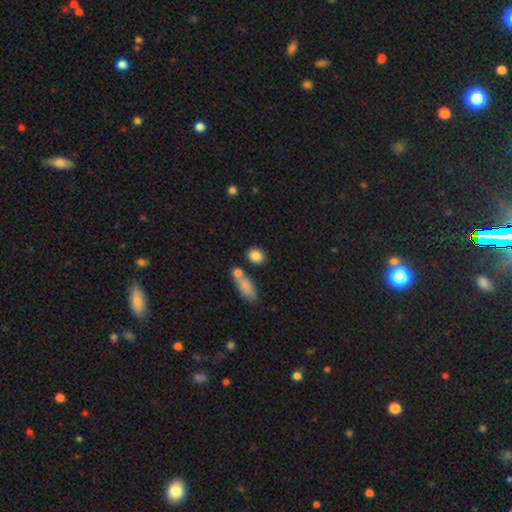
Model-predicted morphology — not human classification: smooth_or_featured: smooth (p=0.85) [alt: star or artifact p=0.09]
how_rounded: in between (p=0.48) [tied with: round p=0.48]
merging: none (p=0.73) [alt: merger p=0.12]